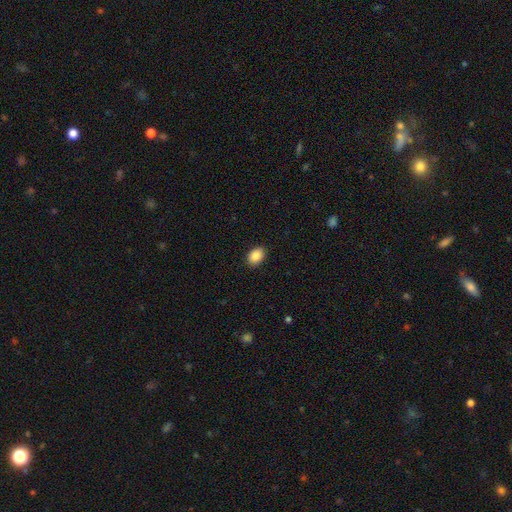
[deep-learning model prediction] Smooth or featured? Predicted: smooth (p=0.89). How rounded? Predicted: in between (p=0.78). Merging? Predicted: none (p=0.89).